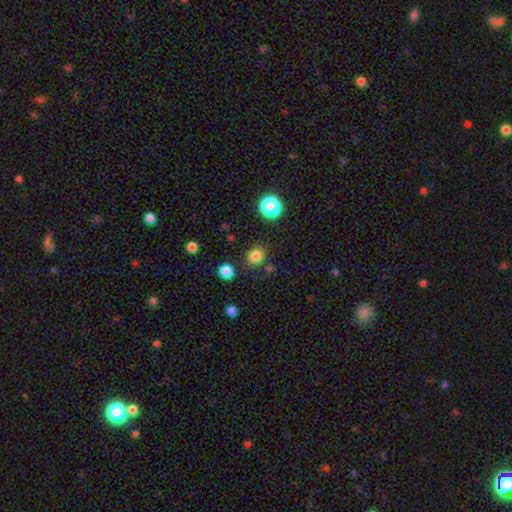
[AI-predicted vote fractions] The model was most divided on "how rounded": round: 71%, in between: 28%, cigar-shaped: 1%. More confident: smooth or featured — smooth (81%); merging — none (80%).